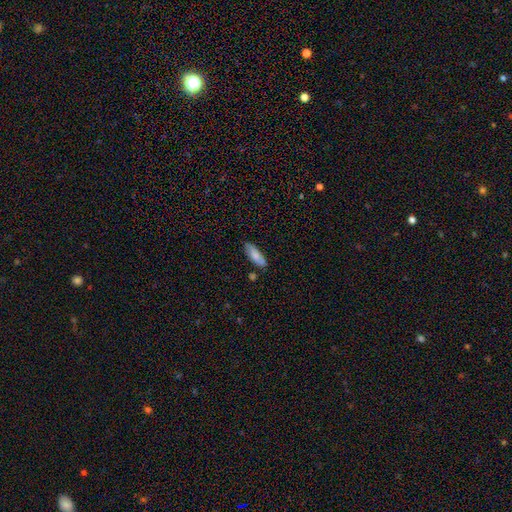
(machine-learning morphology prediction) A smooth galaxy with no disk features (80%) that is in between round and cigar-shaped (63%). Merging: none (78%).